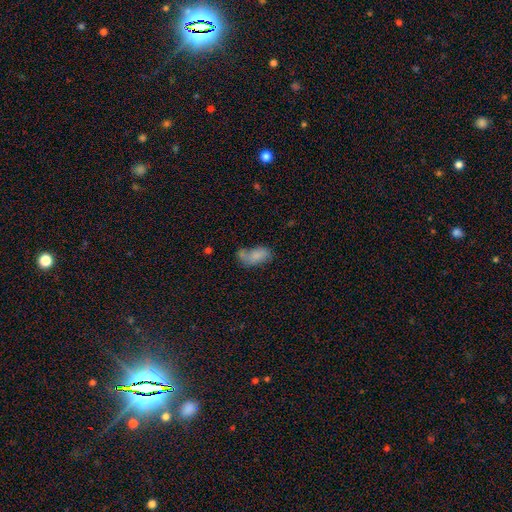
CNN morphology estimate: Smooth or featured? Predicted: smooth (p=0.72). How rounded? Predicted: in between (p=0.92). Merging? Predicted: none (p=0.39).